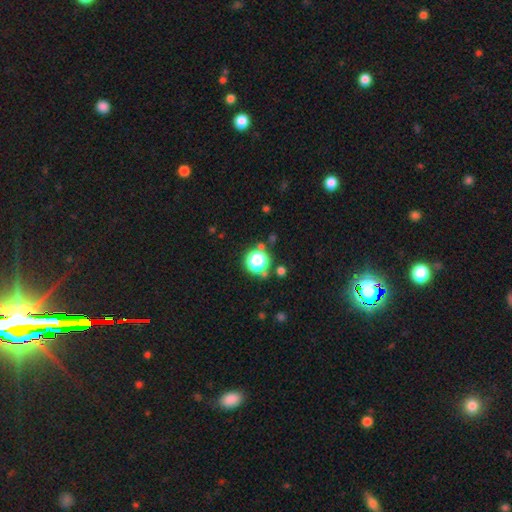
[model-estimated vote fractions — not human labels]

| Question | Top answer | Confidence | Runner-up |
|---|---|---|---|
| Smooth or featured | smooth | 49% | star or artifact (42%) |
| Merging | none | 72% | minor disturbance (11%) |